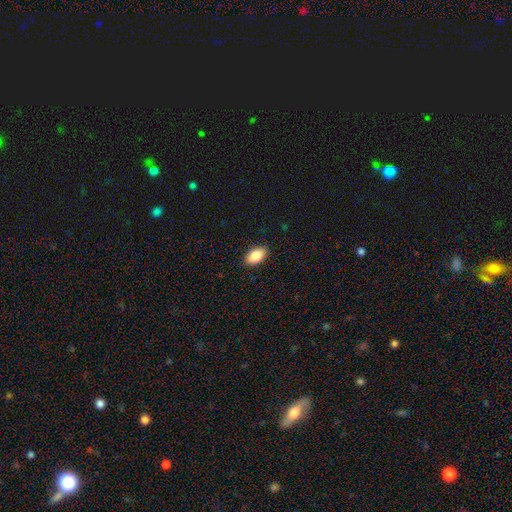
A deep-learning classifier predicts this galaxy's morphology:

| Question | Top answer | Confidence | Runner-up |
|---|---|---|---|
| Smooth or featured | smooth | 86% | star or artifact (7%) |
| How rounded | in between | 91% | round (7%) |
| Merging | none | 88% | minor disturbance (10%) |